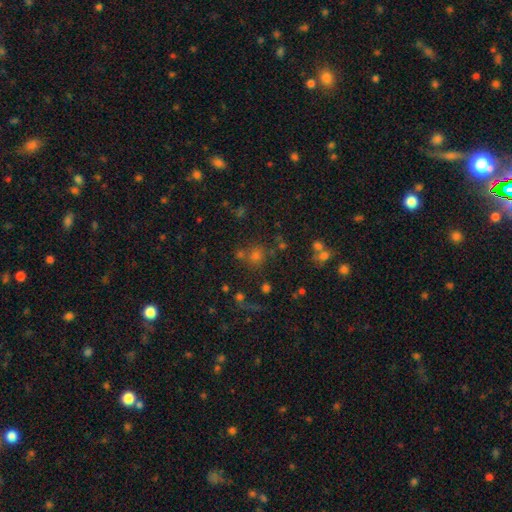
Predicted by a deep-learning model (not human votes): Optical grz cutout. It shows a smooth galaxy with no disk features (53%) that is round (89%). Merging: none (71%).